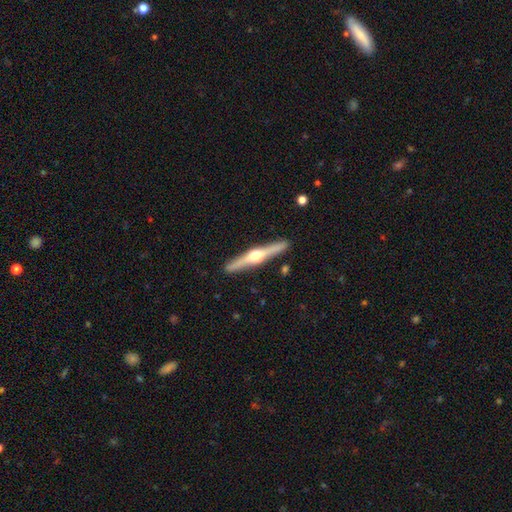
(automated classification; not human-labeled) Morphology: type=featured or disk (77%); edge-on=yes (98%); edge-on bulge=rounded (96%); merging=none (91%).